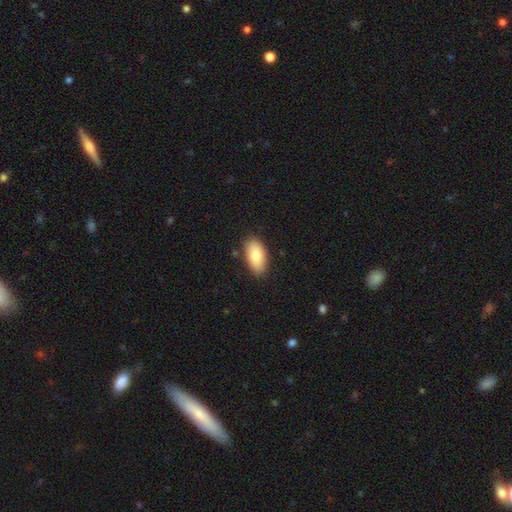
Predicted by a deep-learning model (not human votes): Overall: smooth (79%). How rounded: in between (94%). Merging: none (85%).